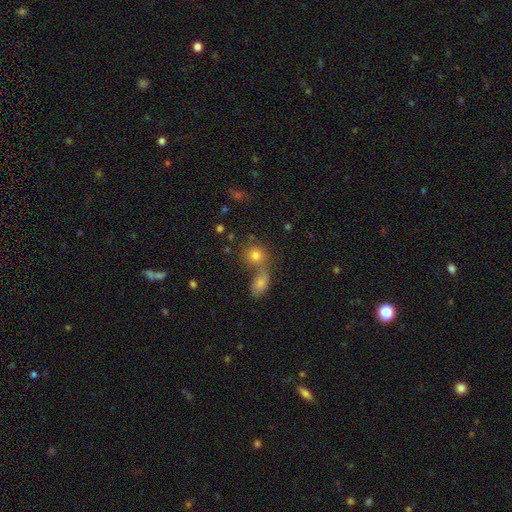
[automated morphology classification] smooth 76%, star or artifact 13%, featured or disk 11%. Down the decision tree: how rounded — round (71%); merging — none (45%).